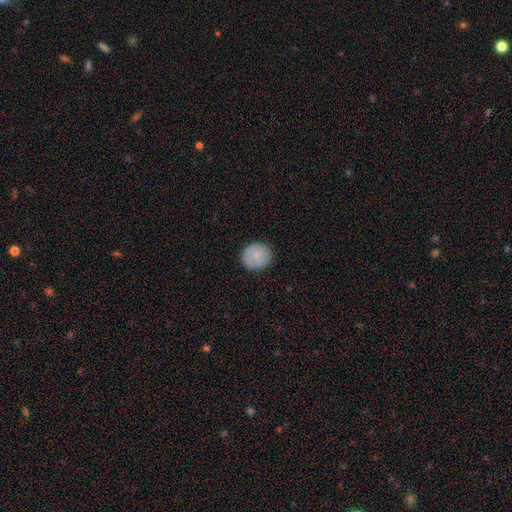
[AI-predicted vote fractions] A smooth galaxy with no disk features (82%) that is round (86%).

Vote fractions:
- Smooth or featured? smooth: 82% / featured or disk: 12% / star or artifact: 7%
- How rounded? round: 86% / in between: 13% / cigar-shaped: 1%
- Merging? none: 86% / minor disturbance: 11% / major disturbance: 2% / merger: 1%